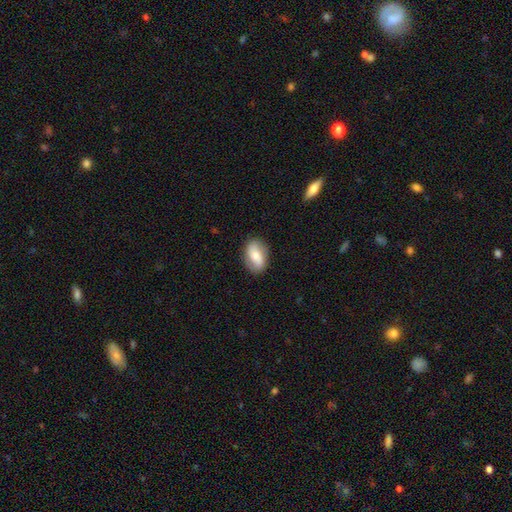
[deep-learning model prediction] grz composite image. It shows a smooth galaxy with no disk features (55%) that is in between round and cigar-shaped (86%). Merging: none (85%).